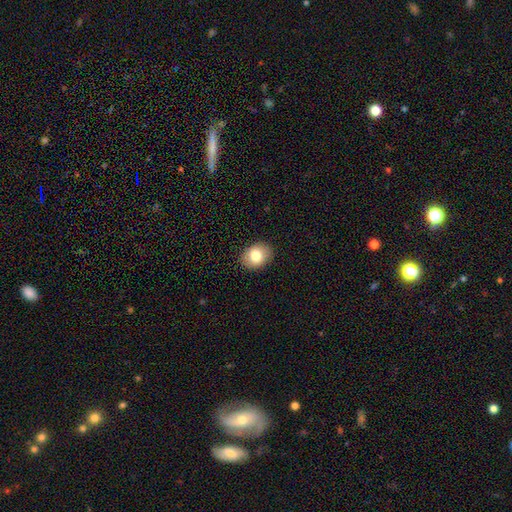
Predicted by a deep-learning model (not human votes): A smooth galaxy with no disk features (80%) that is in between round and cigar-shaped (66%). Merging: none (89%).